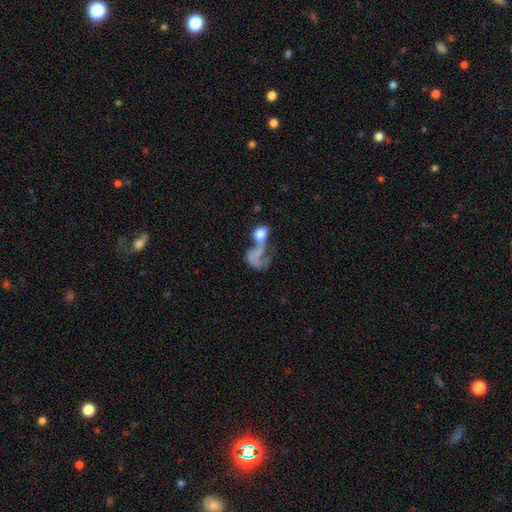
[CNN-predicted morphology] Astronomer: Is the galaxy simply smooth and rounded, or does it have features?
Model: smooth — 46% (runner-up: featured or disk, 42%).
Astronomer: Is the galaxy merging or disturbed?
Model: merger — 47% (runner-up: major disturbance, 34%).